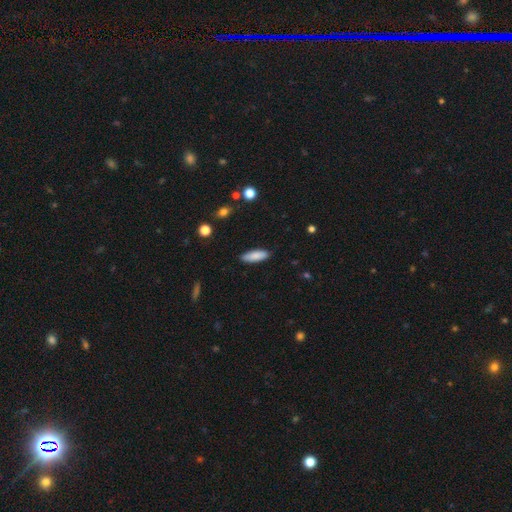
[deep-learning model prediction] This is clearly a smooth galaxy (86%). How rounded: possibly in between (57%). Merging: clearly none (88%).